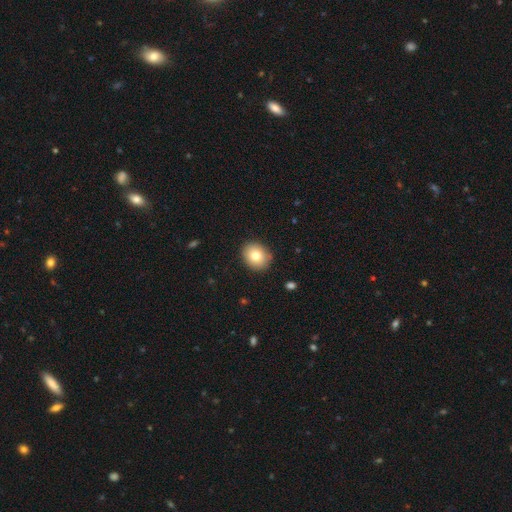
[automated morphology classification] A smooth galaxy with no disk features (78%) that is round (63%). Merging: none (88%).